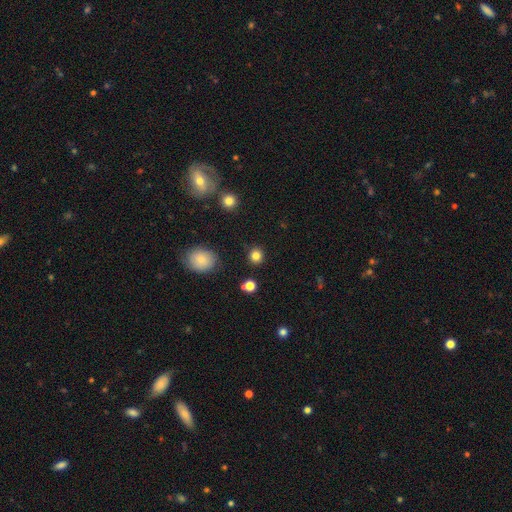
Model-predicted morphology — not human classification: smooth-or-featured: smooth: 83% | star or artifact: 12% | featured or disk: 5%
  how-rounded: round: 89% | in between: 10% | cigar-shaped: 1%
  merging: none: 89% | minor disturbance: 6% | major disturbance: 2% | merger: 2%